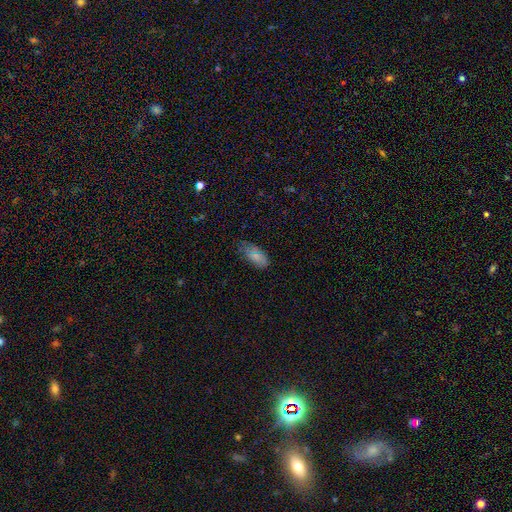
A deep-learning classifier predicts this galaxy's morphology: Smooth or featured?
  - smooth: 76% *
  - featured or disk: 13%
  - star or artifact: 11%
How rounded?
  - in between: 91% *
  - cigar-shaped: 6%
  - round: 3%
Merging?
  - none: 61% *
  - minor disturbance: 30%
  - major disturbance: 8%
  - merger: 2%